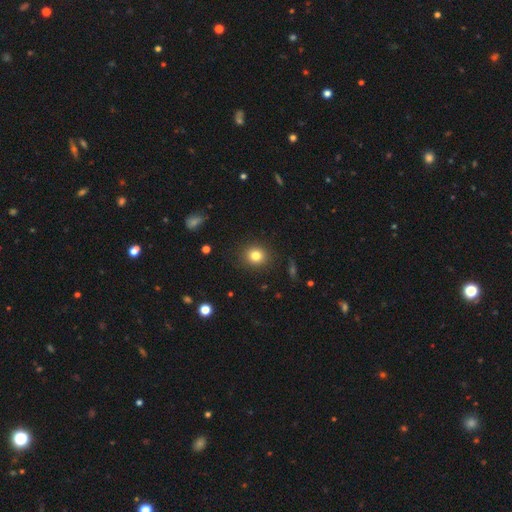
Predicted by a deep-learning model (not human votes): Q: Smooth or featured?
A: smooth (82%); runner-up: star or artifact (11%)
Q: How rounded?
A: round (80%); runner-up: in between (19%)
Q: Merging?
A: none (89%); runner-up: minor disturbance (7%)